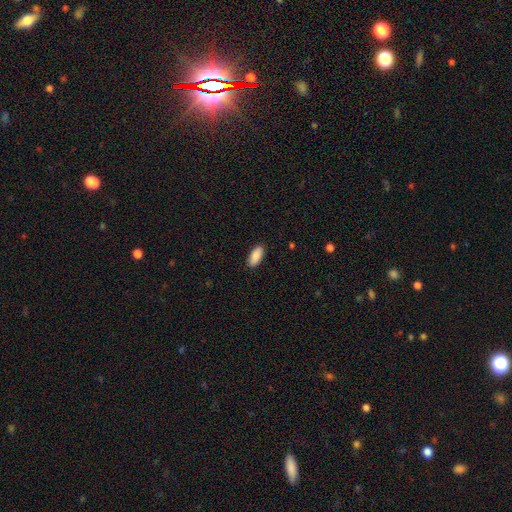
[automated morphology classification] A smooth galaxy with no disk features (89%) that is in between round and cigar-shaped (86%).

Vote fractions:
- Smooth or featured? smooth: 89% / star or artifact: 6% / featured or disk: 5%
- How rounded? in between: 86% / cigar-shaped: 12% / round: 2%
- Merging? none: 89% / minor disturbance: 8% / major disturbance: 2% / merger: 1%